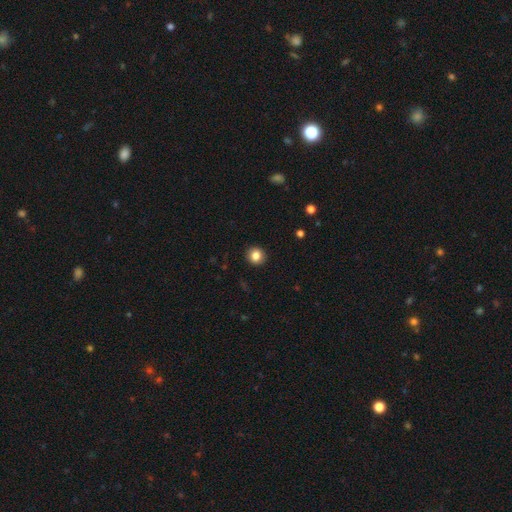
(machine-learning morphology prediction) Overall: smooth (84%). How rounded: round (92%). Merging: none (92%).